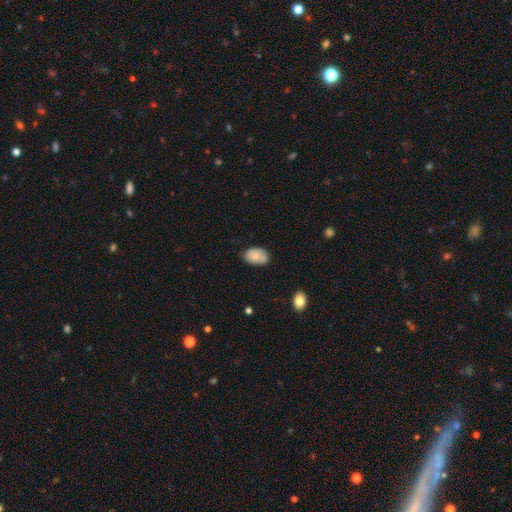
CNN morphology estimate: Smooth or featured: smooth — 80% (featured or disk — 13%)
How rounded: in between — 89% (round — 10%)
Merging: none — 69% (minor disturbance — 23%)